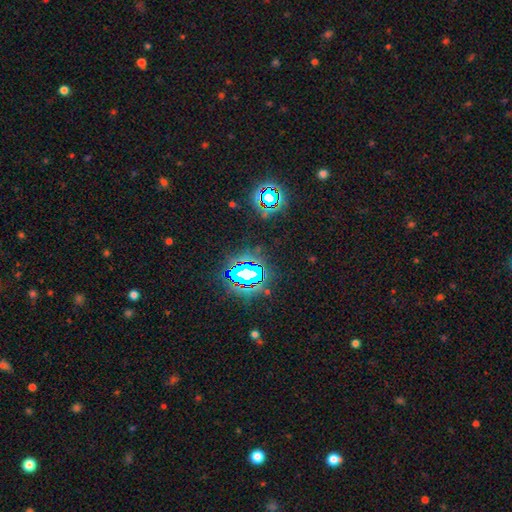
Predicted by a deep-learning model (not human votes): A star or artifact, not a galaxy (81%).

Vote fractions:
- Smooth or featured? star or artifact: 81% / smooth: 12% / featured or disk: 7%